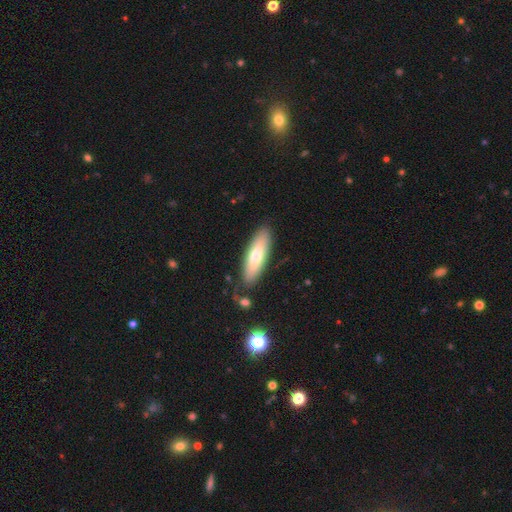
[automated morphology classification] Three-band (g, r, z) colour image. It shows a smooth galaxy with no disk features (71%) that is in between round and cigar-shaped (51%). Merging: none (80%).